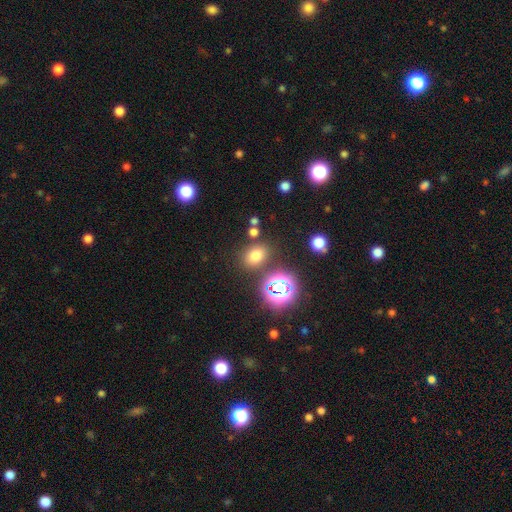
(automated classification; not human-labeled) Smooth or featured? Predicted: smooth (p=0.70). How rounded? Predicted: in between (p=0.61). Merging? Predicted: none (p=0.79).